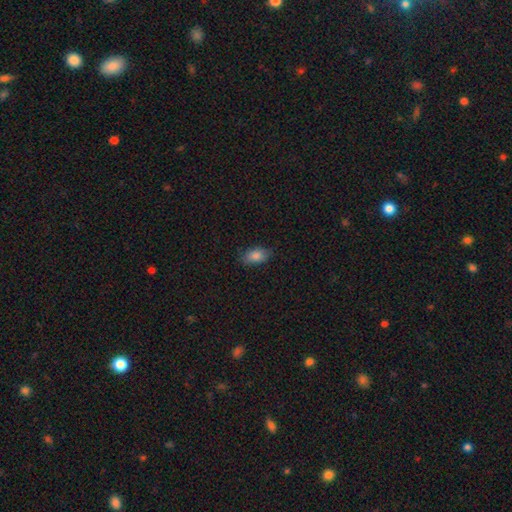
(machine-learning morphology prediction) Smooth or featured?
  - smooth: 85% *
  - star or artifact: 8%
  - featured or disk: 7%
How rounded?
  - in between: 91% *
  - round: 6%
  - cigar-shaped: 3%
Merging?
  - none: 81% *
  - minor disturbance: 15%
  - major disturbance: 3%
  - merger: 1%